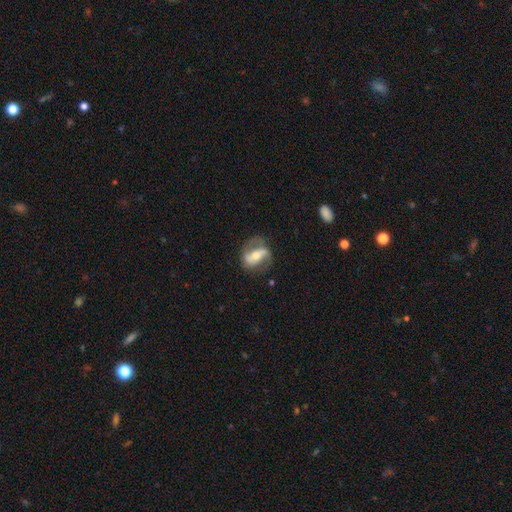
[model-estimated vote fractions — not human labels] The model was most divided on "bulge size": moderate: 56%, small: 35%, large: 6%, none: 2%, dominant: 1%. More confident: edge-on disk — no (90%); spiral arms — yes (74%); merging — none (67%); smooth or featured — featured or disk (66%); bar — strong (55%).